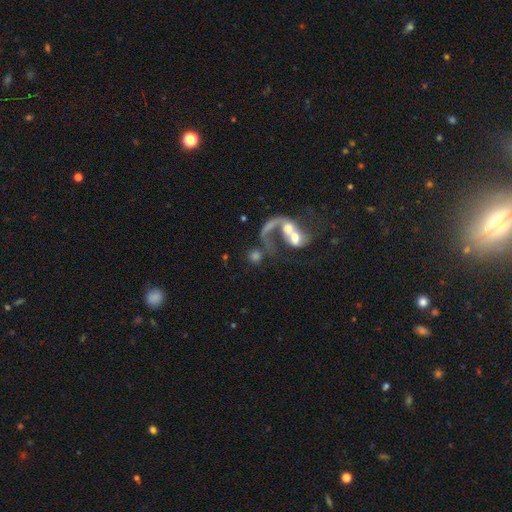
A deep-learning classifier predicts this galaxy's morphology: smooth_or_featured: featured or disk (p=0.55) [alt: smooth p=0.34]
disk_edge_on: no (p=0.95) [alt: yes p=0.05]
bar: no (p=0.65) [alt: weak p=0.24]
has_spiral_arms: yes (p=0.63) [alt: no p=0.37]
bulge_size: moderate (p=0.46) [alt: small p=0.21]
merging: merger (p=0.69) [alt: major disturbance p=0.13]